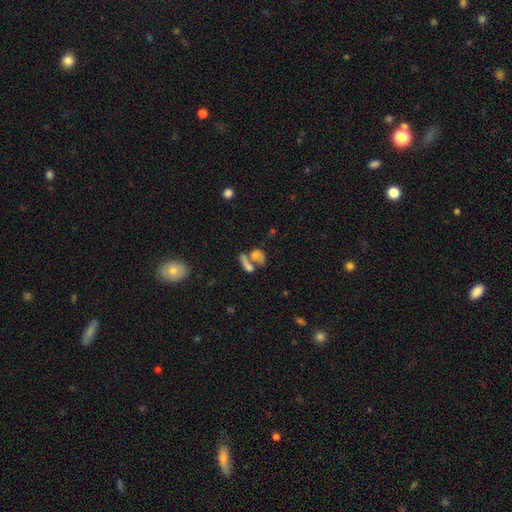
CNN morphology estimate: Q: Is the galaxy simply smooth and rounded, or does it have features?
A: smooth — 38%.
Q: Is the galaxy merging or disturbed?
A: none — 48%.